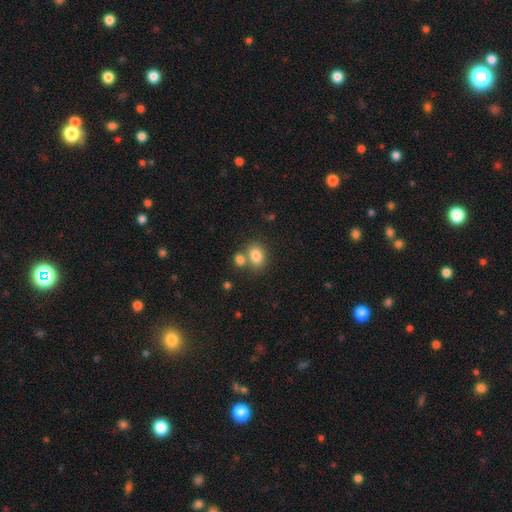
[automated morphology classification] smooth-or-featured: smooth: 83% | star or artifact: 9% | featured or disk: 8%
  how-rounded: in between: 75% | round: 24% | cigar-shaped: 1%
  merging: none: 53% | merger: 32% | minor disturbance: 11% | major disturbance: 4%